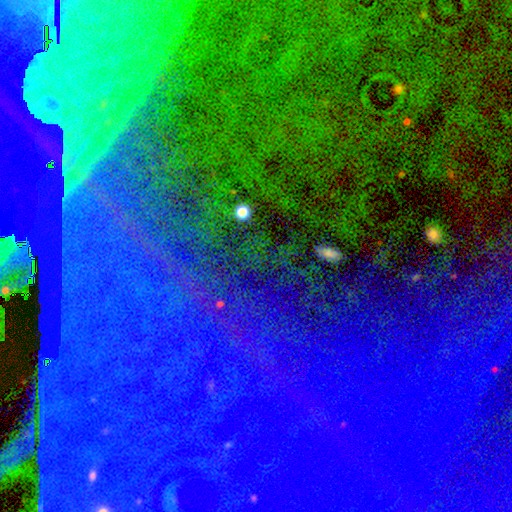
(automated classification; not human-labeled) Morphology: type=star or artifact (72%).